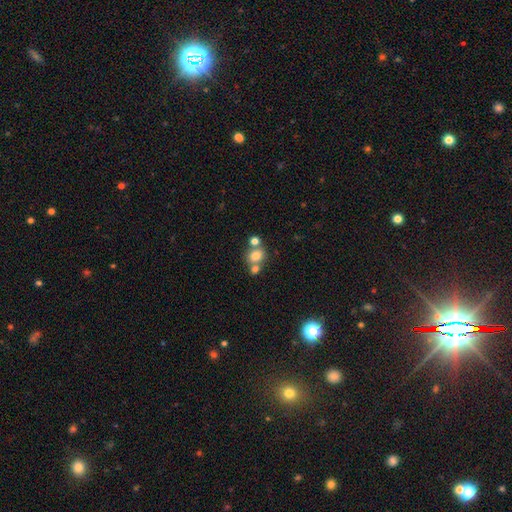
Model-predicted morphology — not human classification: A smooth galaxy with no disk features (76%) that is round (56%).

Vote fractions:
- Smooth or featured? smooth: 76% / star or artifact: 12% / featured or disk: 12%
- How rounded? round: 56% / in between: 43% / cigar-shaped: 1%
- Merging? none: 47% / merger: 38% / minor disturbance: 10% / major disturbance: 4%